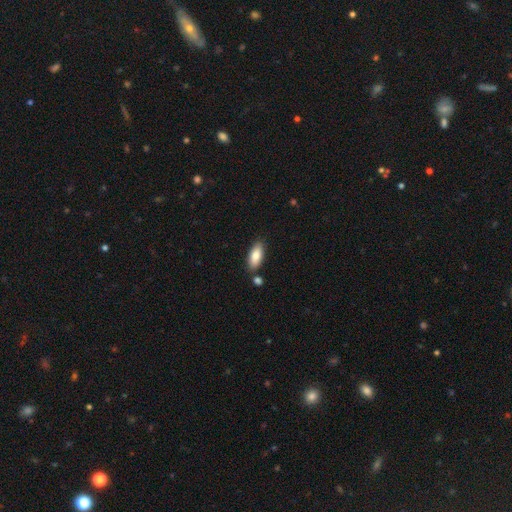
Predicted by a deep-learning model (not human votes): Smooth or featured?
  - smooth: 84% *
  - featured or disk: 10%
  - star or artifact: 6%
How rounded?
  - in between: 84% *
  - cigar-shaped: 14%
  - round: 2%
Merging?
  - none: 80% *
  - minor disturbance: 11%
  - merger: 7%
  - major disturbance: 2%